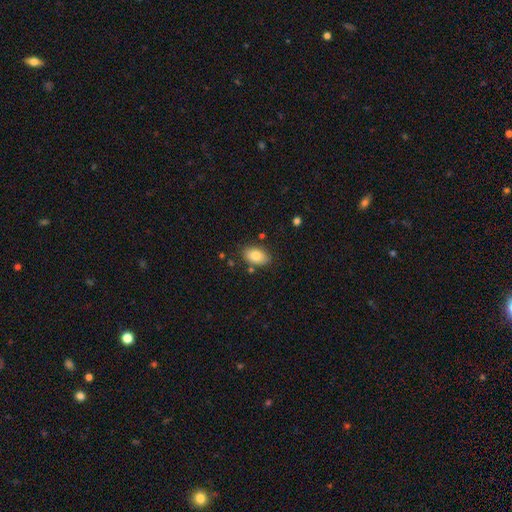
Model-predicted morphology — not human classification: smooth_or_featured: smooth (p=0.82) [alt: featured or disk p=0.11]
how_rounded: in between (p=0.91) [alt: round p=0.07]
merging: none (p=0.81) [alt: minor disturbance p=0.13]